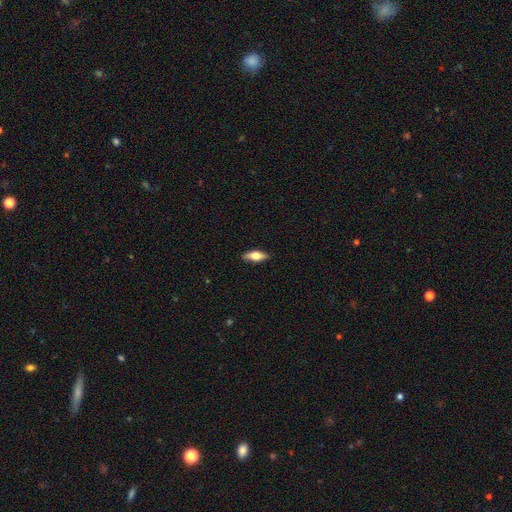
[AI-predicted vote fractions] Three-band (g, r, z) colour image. It shows a smooth galaxy with no disk features (62%) that is in between round and cigar-shaped (67%). Merging: none (87%).